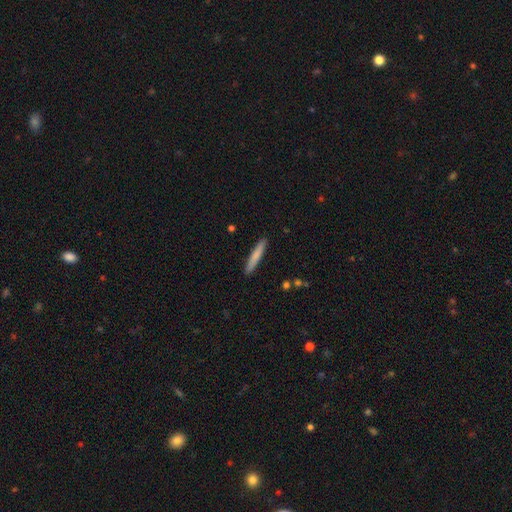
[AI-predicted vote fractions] Smooth or featured?
  - smooth: 77% *
  - featured or disk: 17%
  - star or artifact: 5%
How rounded?
  - cigar-shaped: 94% *
  - in between: 5%
  - round: 1%
Merging?
  - none: 91% *
  - minor disturbance: 7%
  - major disturbance: 1%
  - merger: 1%